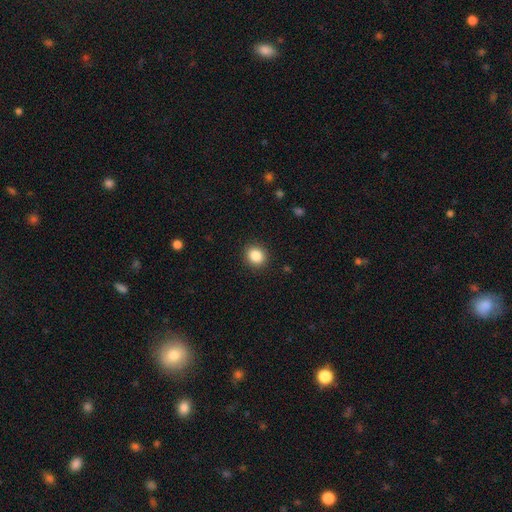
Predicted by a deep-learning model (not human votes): smooth_or_featured: smooth (p=0.86) [alt: star or artifact p=0.10]
how_rounded: round (p=0.74) [alt: in between p=0.25]
merging: none (p=0.91) [alt: minor disturbance p=0.06]